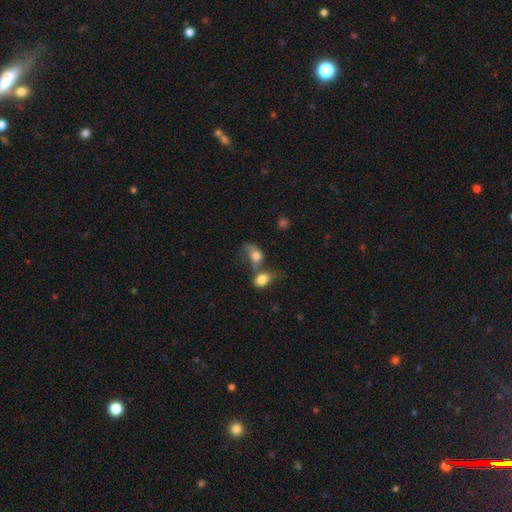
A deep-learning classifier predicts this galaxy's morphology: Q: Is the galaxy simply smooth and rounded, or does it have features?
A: smooth — 69%.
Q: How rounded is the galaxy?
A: in between — 63%.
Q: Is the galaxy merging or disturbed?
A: merger — 65%.